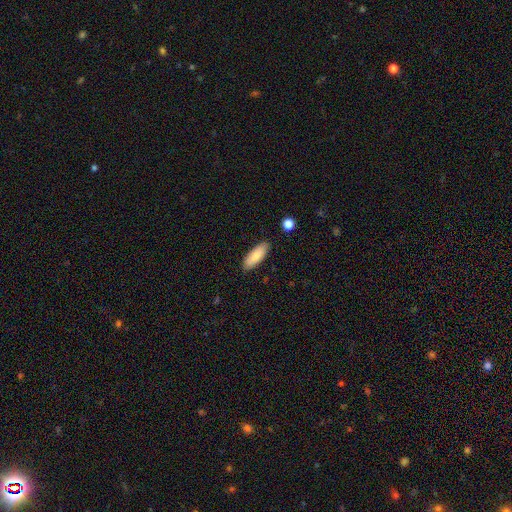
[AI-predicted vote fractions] A smooth galaxy with no disk features (83%) that is in between round and cigar-shaped (66%). Merging: none (87%).